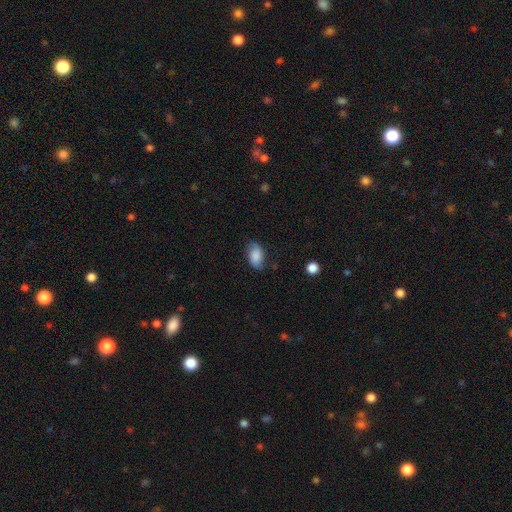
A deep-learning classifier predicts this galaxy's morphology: smooth-or-featured: smooth: 73% | featured or disk: 18% | star or artifact: 9%
  how-rounded: in between: 90% | round: 8% | cigar-shaped: 2%
  merging: none: 69% | minor disturbance: 24% | major disturbance: 6% | merger: 2%